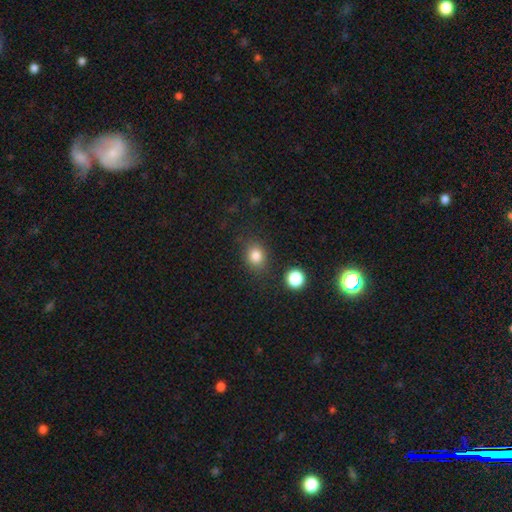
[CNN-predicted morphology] Smooth or featured? smooth (82%)
How rounded? round (69%)
Merging? none (79%)